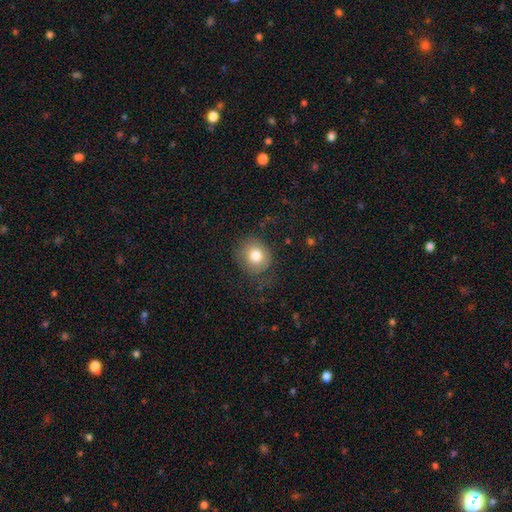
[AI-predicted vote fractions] smooth_or_featured: smooth (p=0.78) [alt: featured or disk p=0.12]
how_rounded: round (p=0.77) [alt: in between p=0.22]
merging: none (p=0.72) [alt: minor disturbance p=0.17]